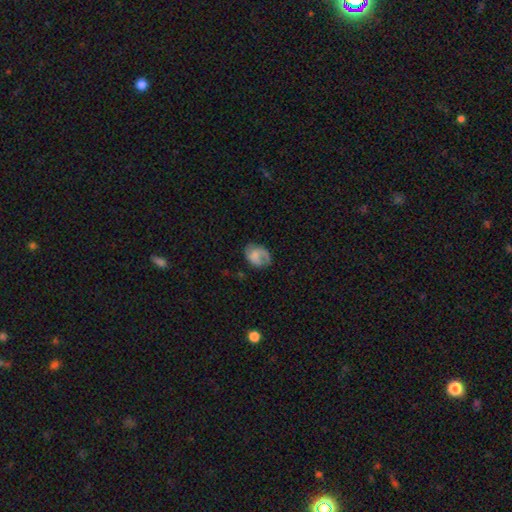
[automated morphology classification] Overall: smooth (53%; featured or disk 39%). How rounded: in between (64%; round 35%). Merging: none (51%; minor disturbance 28%).